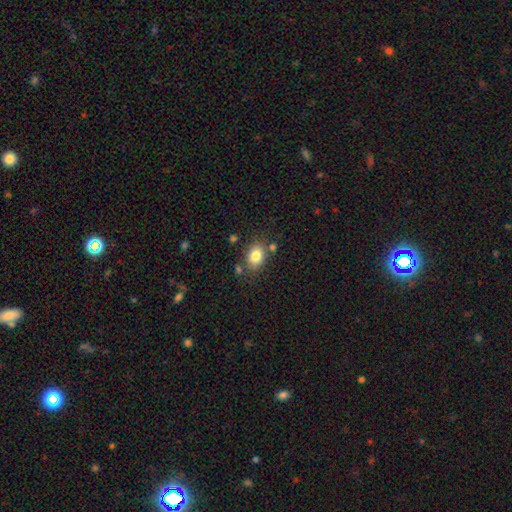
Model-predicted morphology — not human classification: Smooth or featured: smooth — 82% (star or artifact — 9%)
How rounded: in between — 72% (round — 27%)
Merging: none — 74% (minor disturbance — 14%)